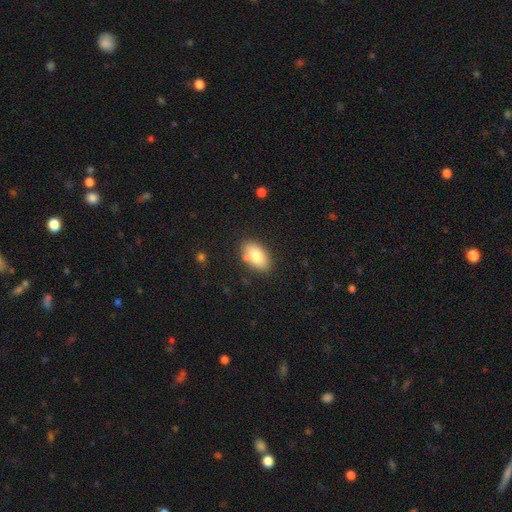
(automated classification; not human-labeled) Morphology: type=smooth (81%); roundness=in between (93%); merging=none (80%).